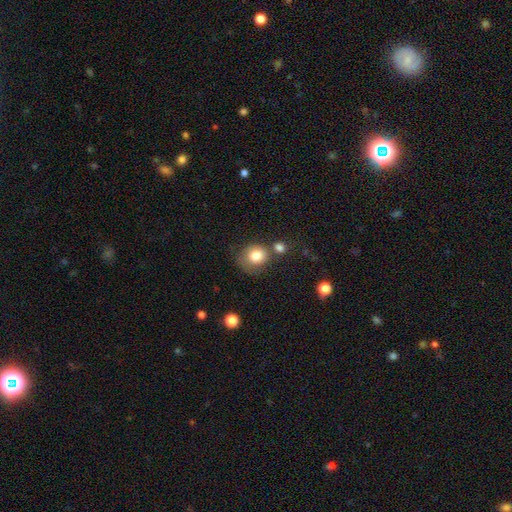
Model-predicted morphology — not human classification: Smooth or featured? smooth (81%)
How rounded? round (77%)
Merging? none (54%)